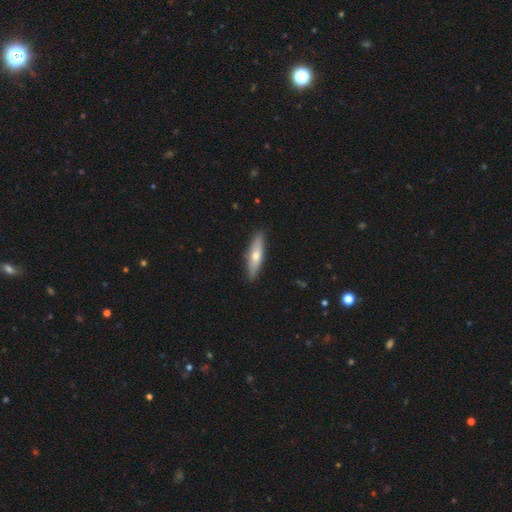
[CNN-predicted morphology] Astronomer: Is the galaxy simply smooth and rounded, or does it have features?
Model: smooth — 58% (runner-up: featured or disk, 37%).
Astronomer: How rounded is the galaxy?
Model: cigar-shaped — 70%.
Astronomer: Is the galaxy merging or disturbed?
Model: none — 88%.